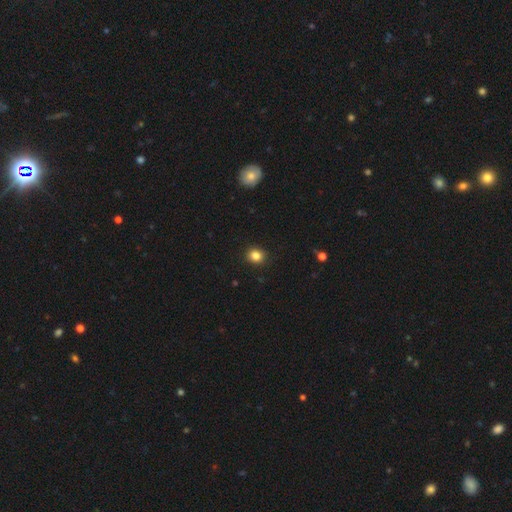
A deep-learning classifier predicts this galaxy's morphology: A smooth galaxy with no disk features (84%) that is round (81%).

Vote fractions:
- Smooth or featured? smooth: 84% / star or artifact: 12% / featured or disk: 5%
- How rounded? round: 81% / in between: 18% / cigar-shaped: 1%
- Merging? none: 92% / minor disturbance: 6% / major disturbance: 2% / merger: 1%